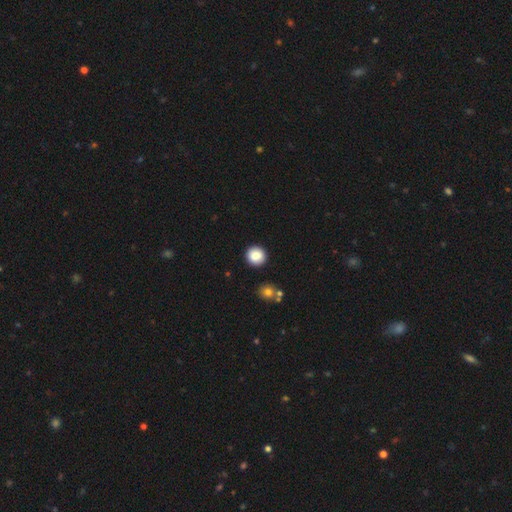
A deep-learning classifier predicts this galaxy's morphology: Overall: smooth (87%). How rounded: round (92%). Merging: none (91%).